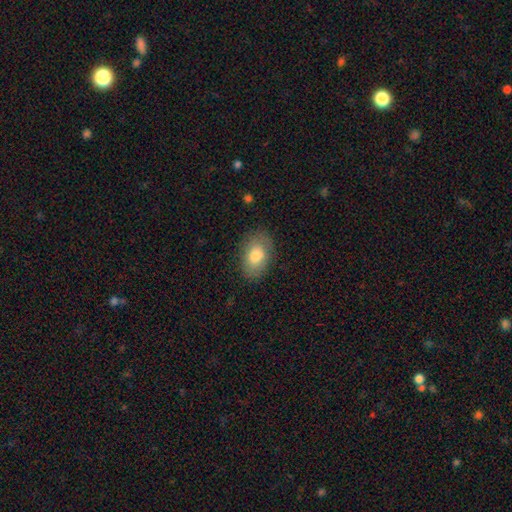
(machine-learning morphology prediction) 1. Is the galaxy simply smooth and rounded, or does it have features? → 80% smooth, 13% featured or disk, 7% star or artifact.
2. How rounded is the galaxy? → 89% in between, 9% round, 1% cigar-shaped.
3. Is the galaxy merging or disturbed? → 81% none, 14% minor disturbance, 4% major disturbance, 1% merger.